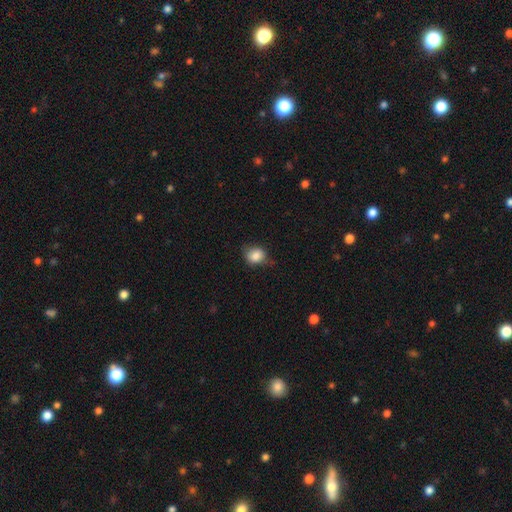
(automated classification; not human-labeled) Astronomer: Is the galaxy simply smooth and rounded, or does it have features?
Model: smooth — 83%.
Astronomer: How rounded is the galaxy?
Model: round — 59% (runner-up: in between, 40%).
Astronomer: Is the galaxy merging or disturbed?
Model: none — 59%.